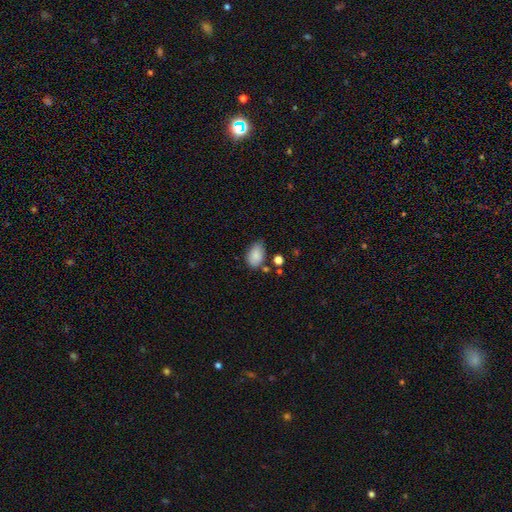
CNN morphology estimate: Smooth or featured: smooth — 85% (star or artifact — 8%)
How rounded: in between — 90% (round — 9%)
Merging: none — 65% (minor disturbance — 25%)